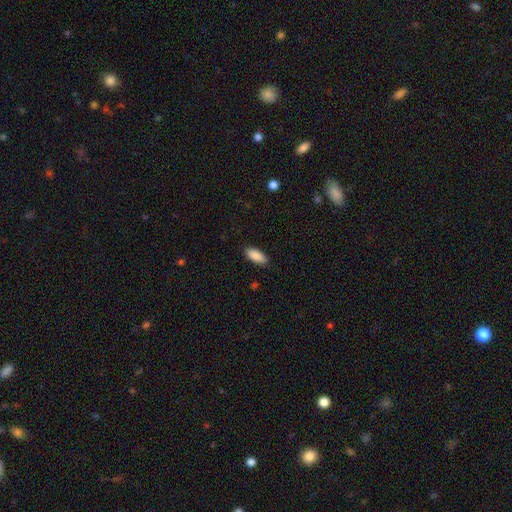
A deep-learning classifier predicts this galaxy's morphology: Smooth or featured?
  - smooth: 90% *
  - star or artifact: 6%
  - featured or disk: 4%
How rounded?
  - in between: 87% *
  - cigar-shaped: 12%
  - round: 2%
Merging?
  - none: 88% *
  - minor disturbance: 9%
  - major disturbance: 2%
  - merger: 1%